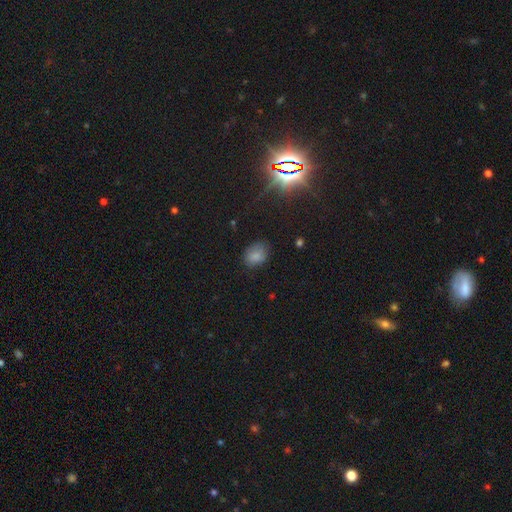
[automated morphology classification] Q: Smooth or featured?
A: smooth (81%); runner-up: star or artifact (13%)
Q: How rounded?
A: in between (73%); runner-up: round (26%)
Q: Merging?
A: none (71%); runner-up: minor disturbance (22%)